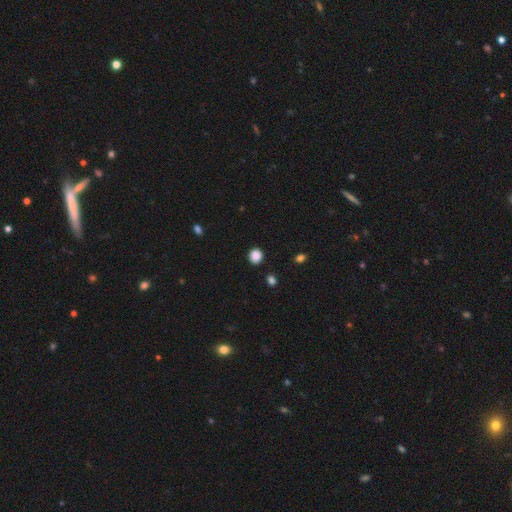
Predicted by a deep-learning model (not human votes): A smooth galaxy with no disk features (87%) that is round (82%).

Vote fractions:
- Smooth or featured? smooth: 87% / star or artifact: 10% / featured or disk: 3%
- How rounded? round: 82% / in between: 17% / cigar-shaped: 1%
- Merging? none: 89% / minor disturbance: 7% / major disturbance: 2% / merger: 2%